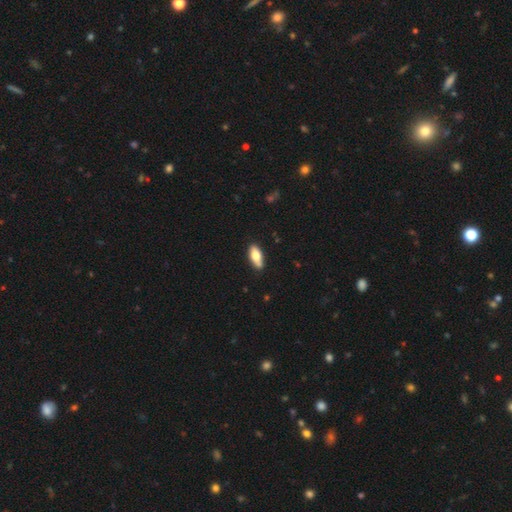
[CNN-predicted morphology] A smooth galaxy with no disk features (70%) that is in between round and cigar-shaped (80%). Merging: none (81%).